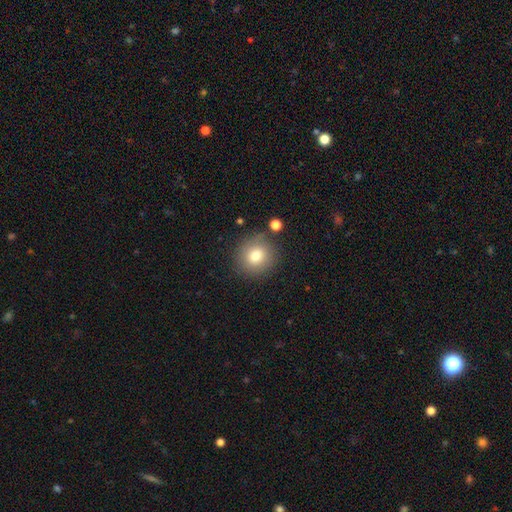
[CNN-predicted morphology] A smooth galaxy with no disk features (78%) that is round (90%).

Vote fractions:
- Smooth or featured? smooth: 78% / featured or disk: 11% / star or artifact: 11%
- How rounded? round: 90% / in between: 9% / cigar-shaped: 1%
- Merging? none: 82% / minor disturbance: 10% / merger: 4% / major disturbance: 3%